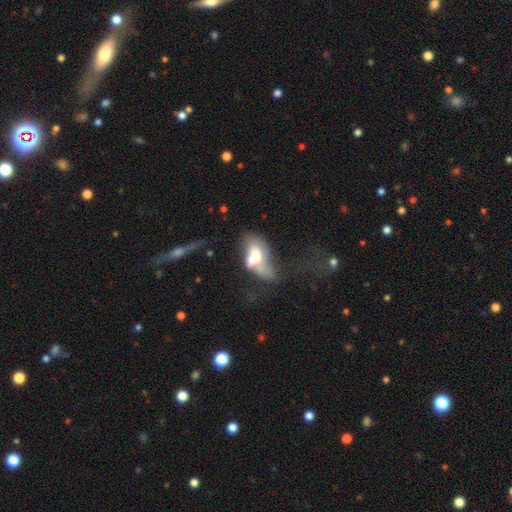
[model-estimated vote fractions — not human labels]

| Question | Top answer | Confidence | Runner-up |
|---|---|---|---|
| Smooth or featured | smooth | 47% | featured or disk (44%) |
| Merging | merger | 49% | major disturbance (28%) |